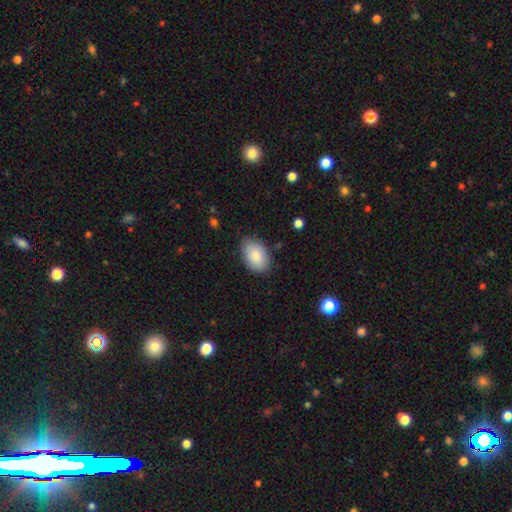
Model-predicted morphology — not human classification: Q: Smooth or featured?
A: smooth (84%); runner-up: featured or disk (9%)
Q: How rounded?
A: in between (90%); runner-up: round (9%)
Q: Merging?
A: none (81%); runner-up: minor disturbance (15%)